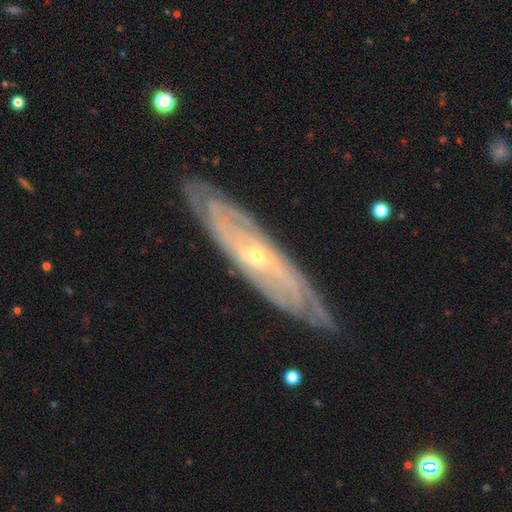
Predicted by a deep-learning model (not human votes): Overall: featured or disk (85%). Edge-on disk: no (70%). Bar: no (55%; weak 32%). Spiral arms: yes (92%). Spiral arm count: can't tell (54%; 2 16%). Spiral winding: tight (74%). Bulge size: small (72%). Merging: none (82%).